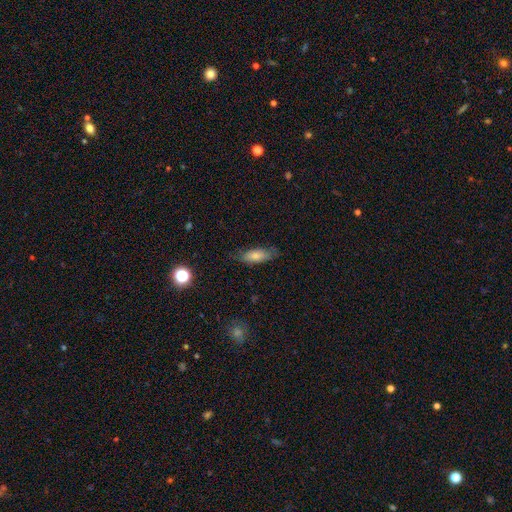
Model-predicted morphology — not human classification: Smooth or featured: smooth — 73% (featured or disk — 20%)
How rounded: in between — 66% (cigar-shaped — 32%)
Merging: none — 76% (minor disturbance — 18%)